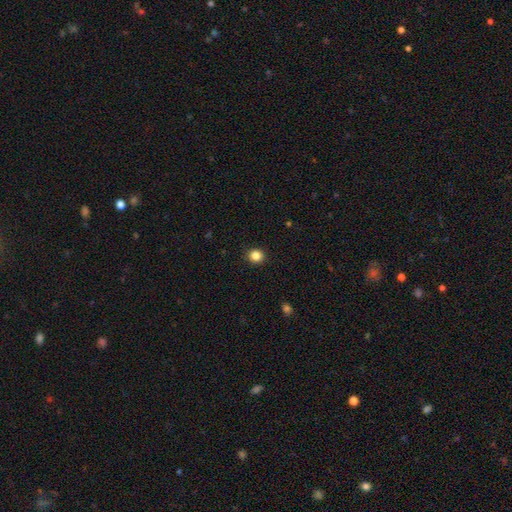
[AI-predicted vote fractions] Smooth or featured? Predicted: smooth (p=0.85). How rounded? Predicted: round (p=0.83). Merging? Predicted: none (p=0.91).